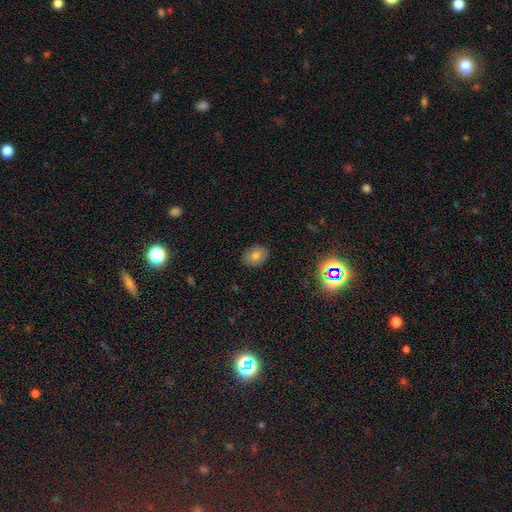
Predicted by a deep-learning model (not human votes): smooth-or-featured: smooth: 71% | star or artifact: 15% | featured or disk: 14%
  how-rounded: in between: 72% | round: 27% | cigar-shaped: 1%
  merging: none: 87% | minor disturbance: 10% | major disturbance: 2% | merger: 1%